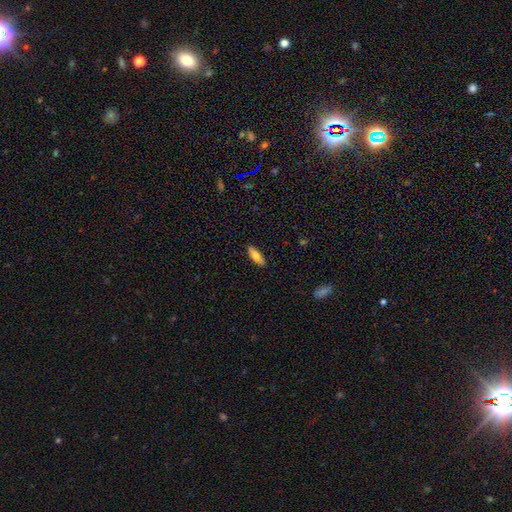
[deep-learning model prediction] A smooth galaxy with no disk features (75%) that is in between round and cigar-shaped (58%). Merging: none (89%).